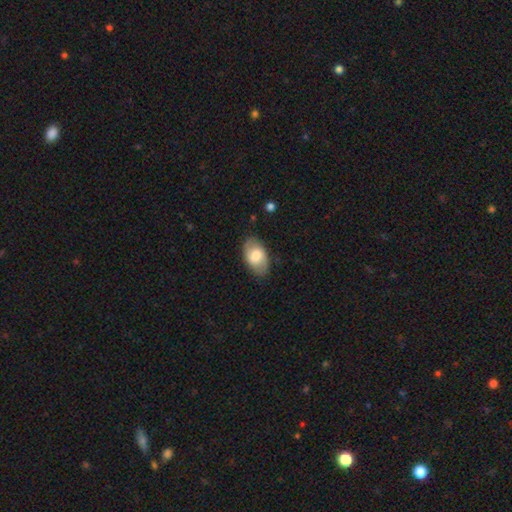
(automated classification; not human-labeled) This appears to be a smooth galaxy with no disk features (70%) that is in between round and cigar-shaped (92%). Merging: none (82%).